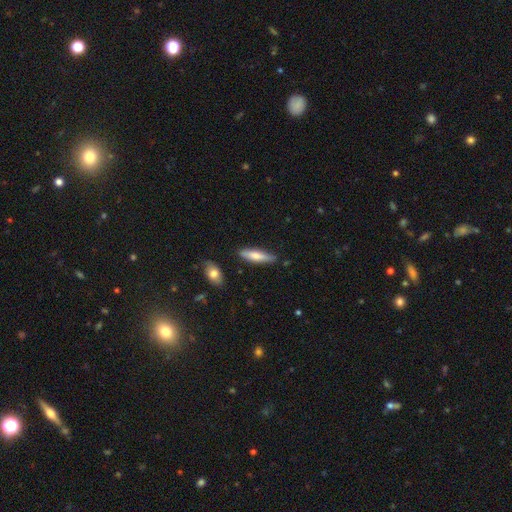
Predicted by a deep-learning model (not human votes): This is likely a smooth galaxy (67%). How rounded: likely cigar-shaped (76%). Merging: clearly none (82%).